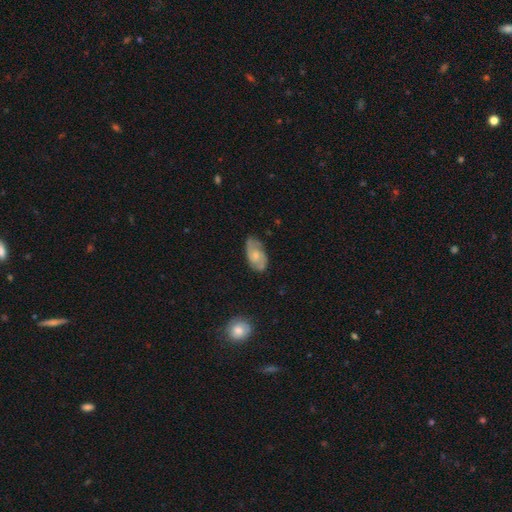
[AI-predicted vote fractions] Q: Smooth or featured?
A: featured or disk (65%); runner-up: smooth (28%)
Q: Edge-on disk?
A: no (95%); runner-up: yes (5%)
Q: Bar?
A: no (62%); runner-up: weak (34%)
Q: Spiral arms?
A: yes (92%); runner-up: no (8%)
Q: Spiral winding?
A: medium (48%); runner-up: tight (35%)
Q: Spiral arm count?
A: 2 (80%); runner-up: can't tell (12%)
Q: Bulge size?
A: small (44%); runner-up: moderate (36%)
Q: Merging?
A: none (71%); runner-up: minor disturbance (22%)